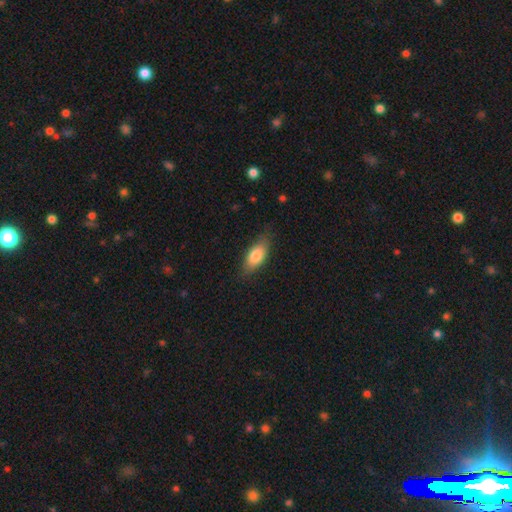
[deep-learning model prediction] Overall: smooth (79%). How rounded: in between (82%). Merging: none (76%).